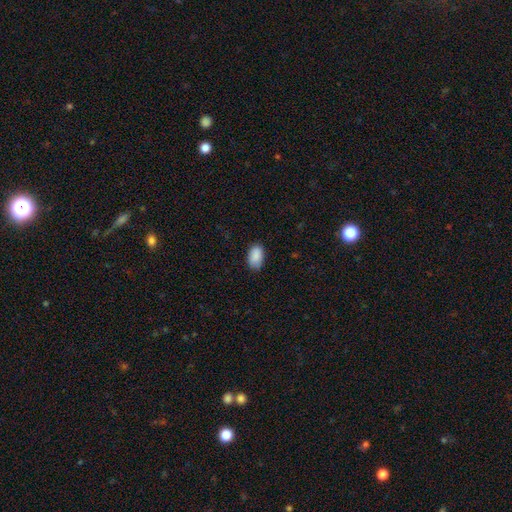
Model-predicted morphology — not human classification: This appears to be a smooth galaxy with no disk features (89%) that is in between round and cigar-shaped (93%). Merging: none (78%).